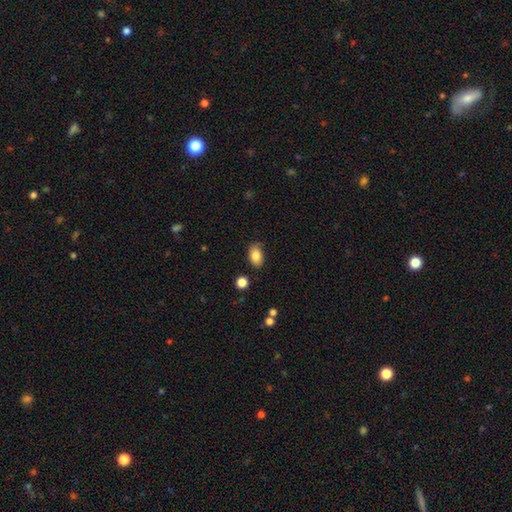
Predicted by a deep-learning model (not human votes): Smooth or featured? Predicted: smooth (p=0.83). How rounded? Predicted: in between (p=0.89). Merging? Predicted: none (p=0.77).